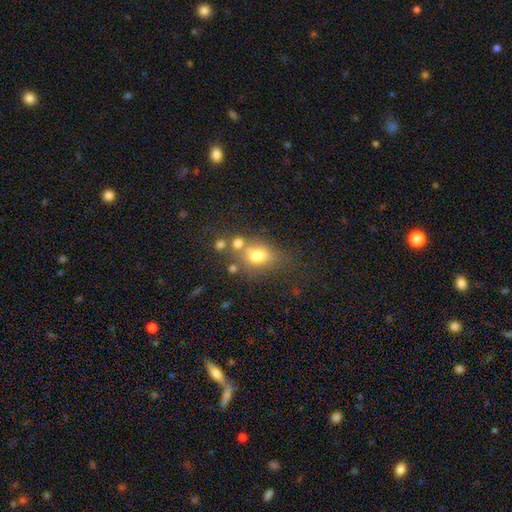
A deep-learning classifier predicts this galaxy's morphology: Smooth or featured?
  - smooth: 70% *
  - featured or disk: 16%
  - star or artifact: 14%
How rounded?
  - in between: 59% *
  - round: 39%
  - cigar-shaped: 2%
Merging?
  - none: 46% *
  - merger: 27%
  - minor disturbance: 17%
  - major disturbance: 10%